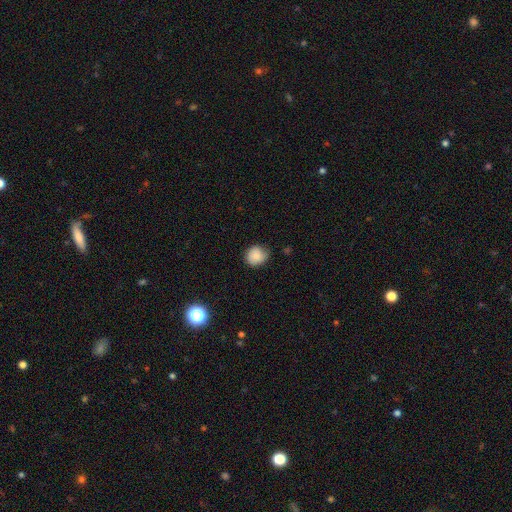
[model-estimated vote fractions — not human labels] This appears to be a smooth galaxy with no disk features (84%) that is round (80%). Merging: none (72%).